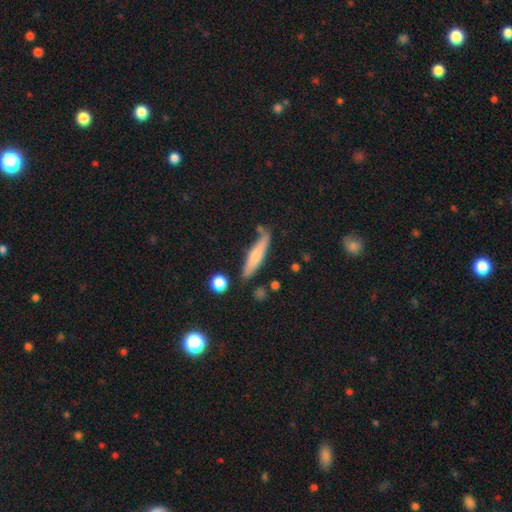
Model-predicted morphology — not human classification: A smooth galaxy with no disk features (60%) that is cigar-shaped (86%). Merging: none (75%).